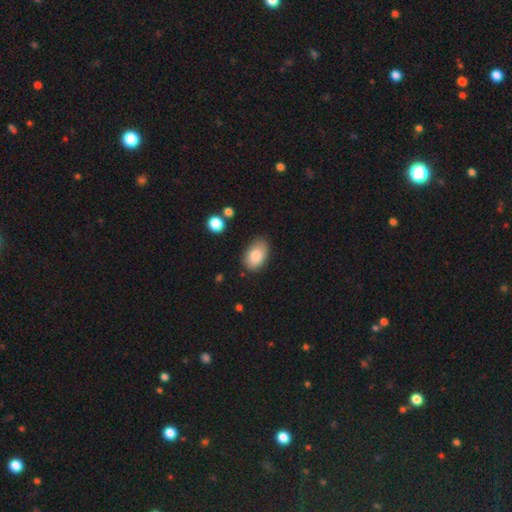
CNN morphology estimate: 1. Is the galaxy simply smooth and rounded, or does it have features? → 83% smooth, 10% featured or disk, 7% star or artifact.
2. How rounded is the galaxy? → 91% in between, 8% round, 1% cigar-shaped.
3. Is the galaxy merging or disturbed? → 78% none, 17% minor disturbance, 3% major disturbance, 2% merger.